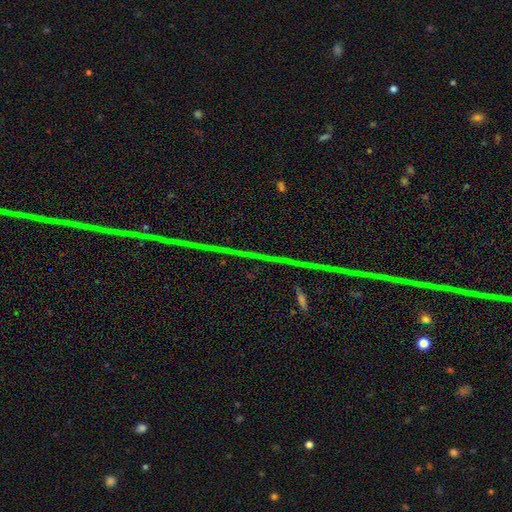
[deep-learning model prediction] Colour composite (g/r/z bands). It shows a star or artifact, not a galaxy (85%).